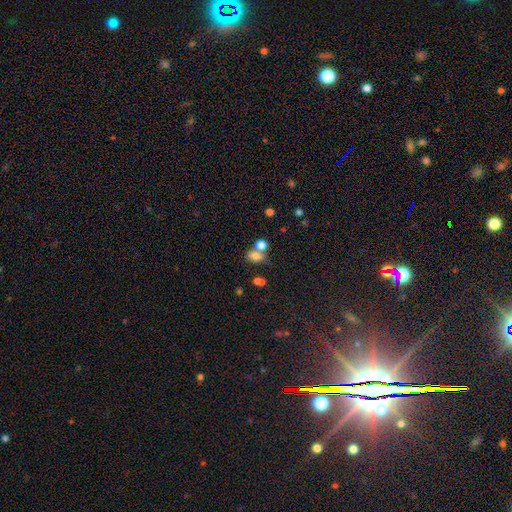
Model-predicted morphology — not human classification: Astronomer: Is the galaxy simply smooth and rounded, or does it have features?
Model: smooth — 76%.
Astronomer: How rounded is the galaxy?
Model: in between — 71%.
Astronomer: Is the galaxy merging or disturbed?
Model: none — 43% (runner-up: merger, 41%).